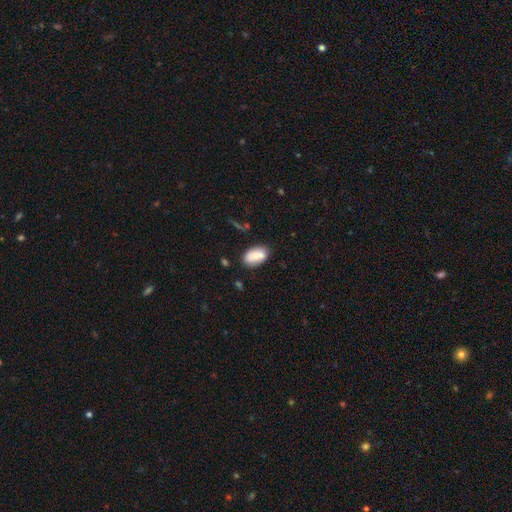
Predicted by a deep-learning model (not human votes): A smooth galaxy with no disk features (74%) that is in between round and cigar-shaped (92%). Merging: none (71%).